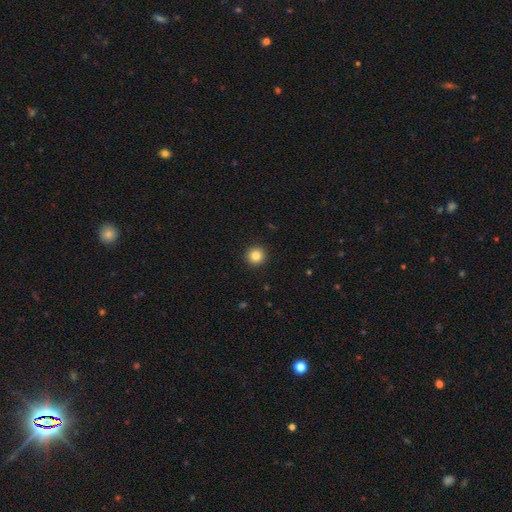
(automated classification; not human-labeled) Overall: smooth (85%). How rounded: round (95%). Merging: none (93%).